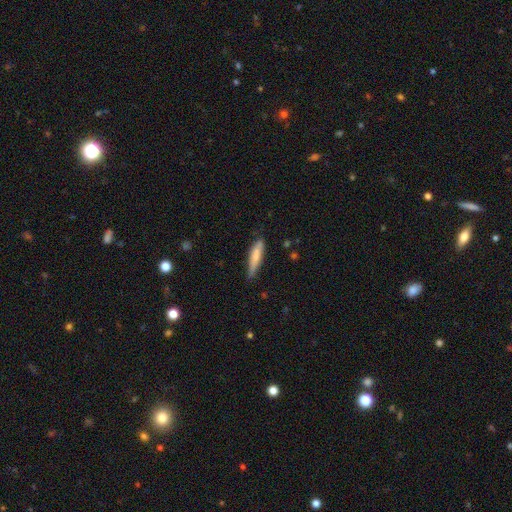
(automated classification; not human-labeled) Q: Smooth or featured?
A: smooth (71%); runner-up: featured or disk (23%)
Q: How rounded?
A: cigar-shaped (78%); runner-up: in between (20%)
Q: Merging?
A: none (67%); runner-up: minor disturbance (27%)